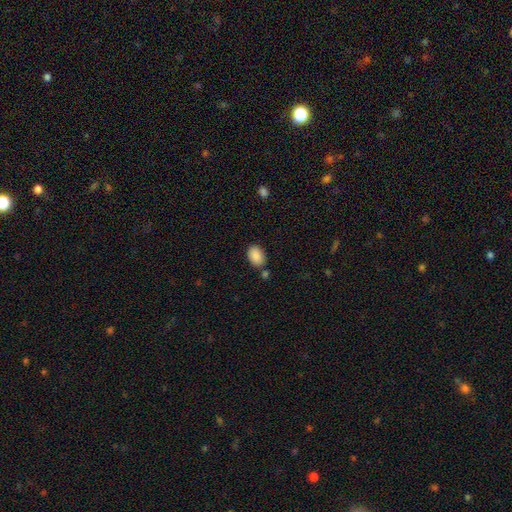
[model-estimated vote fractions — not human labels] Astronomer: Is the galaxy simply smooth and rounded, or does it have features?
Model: smooth — 89%.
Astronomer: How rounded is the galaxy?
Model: in between — 87%.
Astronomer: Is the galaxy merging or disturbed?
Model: none — 75%.